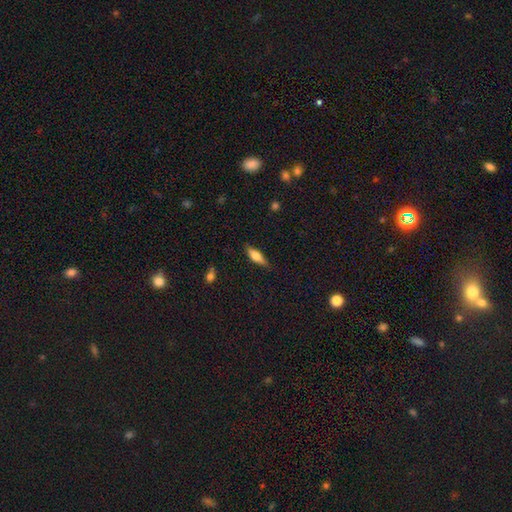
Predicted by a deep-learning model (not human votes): smooth 58%, featured or disk 35%, star or artifact 7%. Down the decision tree: how rounded — cigar-shaped (55%); merging — none (83%).